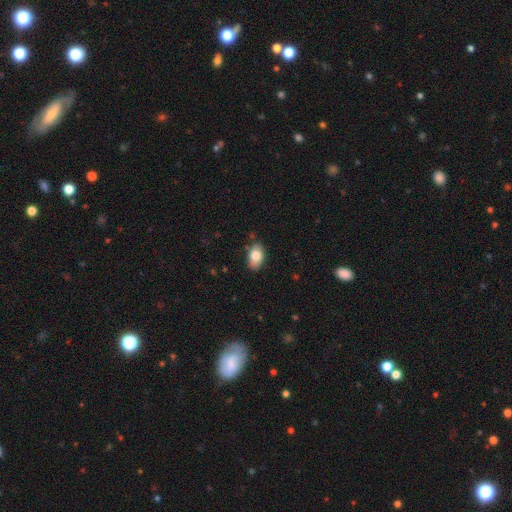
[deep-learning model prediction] Smooth or featured? smooth (80%)
How rounded? in between (90%)
Merging? none (81%)